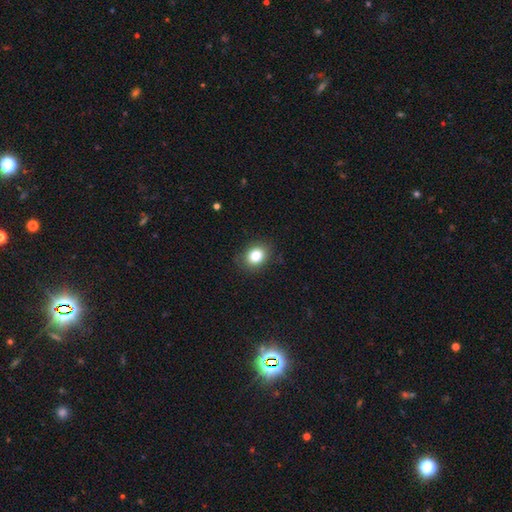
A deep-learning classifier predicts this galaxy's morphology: A smooth galaxy with no disk features (83%) that is in between round and cigar-shaped (53%).

Vote fractions:
- Smooth or featured? smooth: 83% / star or artifact: 10% / featured or disk: 7%
- How rounded? in between: 53% / round: 46% / cigar-shaped: 1%
- Merging? none: 85% / minor disturbance: 11% / major disturbance: 3% / merger: 1%